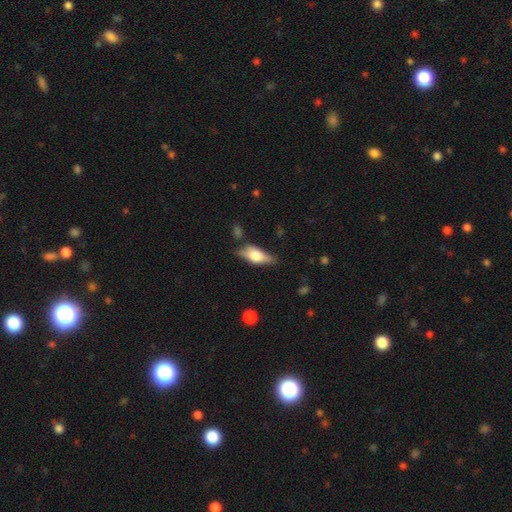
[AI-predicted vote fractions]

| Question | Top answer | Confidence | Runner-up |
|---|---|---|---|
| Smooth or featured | smooth | 49% | featured or disk (44%) |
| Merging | none | 70% | minor disturbance (20%) |